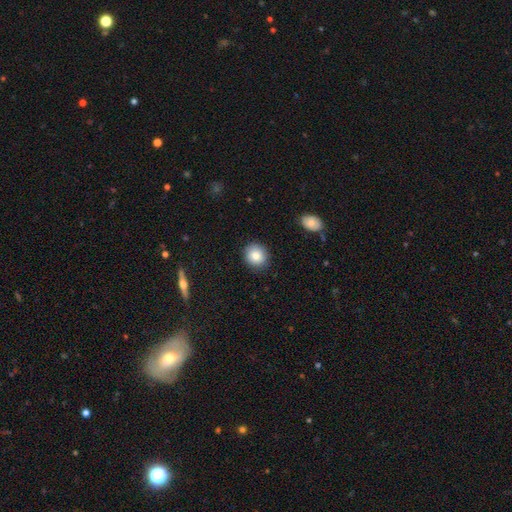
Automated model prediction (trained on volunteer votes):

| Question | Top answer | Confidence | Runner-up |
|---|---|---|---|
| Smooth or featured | smooth | 82% | star or artifact (9%) |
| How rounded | round | 84% | in between (15%) |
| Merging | none | 88% | minor disturbance (9%) |